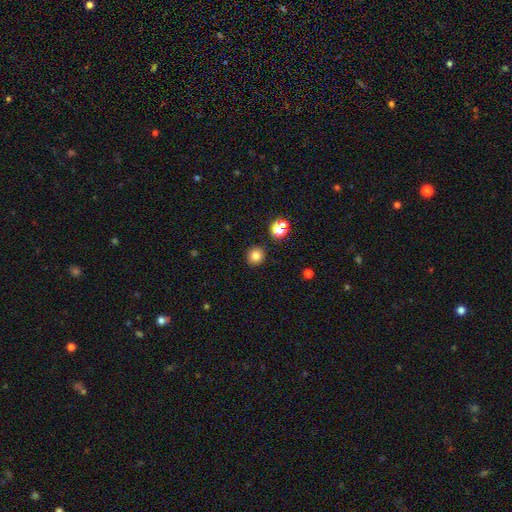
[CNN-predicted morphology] Smooth or featured? smooth (80%)
How rounded? round (89%)
Merging? none (90%)